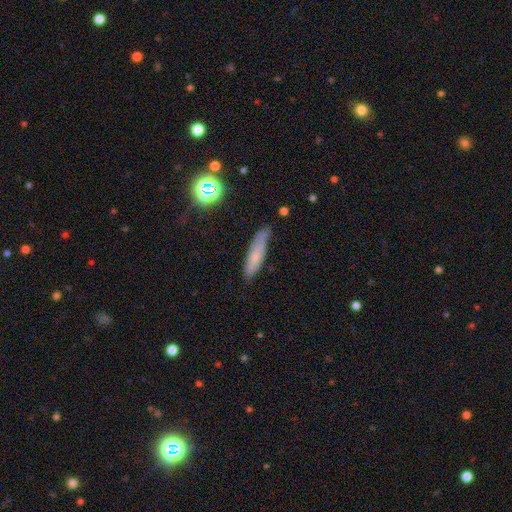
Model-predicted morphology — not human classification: This appears to be a smooth galaxy with no disk features (60%) that is cigar-shaped (73%). Merging: none (63%).